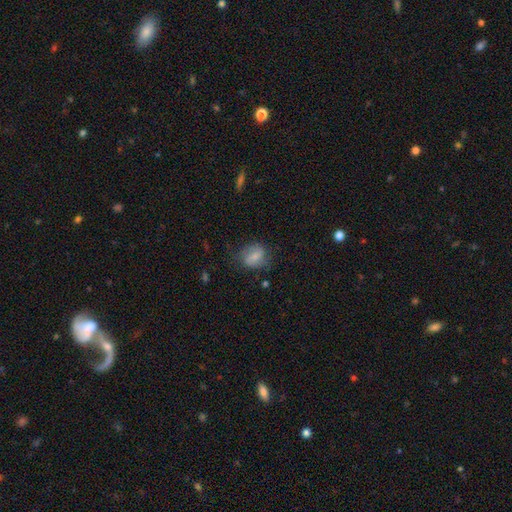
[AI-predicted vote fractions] A smooth galaxy with no disk features (61%) that is in between round and cigar-shaped (59%). Merging: none (65%).